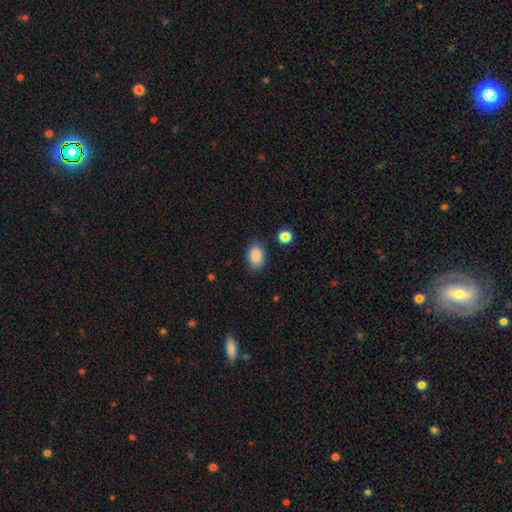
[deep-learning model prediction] smooth_or_featured: smooth (p=0.88) [alt: star or artifact p=0.08]
how_rounded: in between (p=0.82) [alt: round p=0.16]
merging: none (p=0.82) [alt: minor disturbance p=0.12]